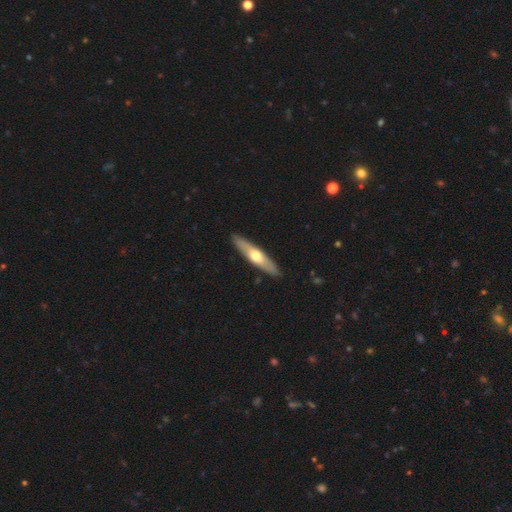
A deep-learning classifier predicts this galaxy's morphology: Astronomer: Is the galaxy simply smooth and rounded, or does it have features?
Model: featured or disk — 49% (runner-up: smooth, 46%).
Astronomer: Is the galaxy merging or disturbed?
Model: none — 90%.